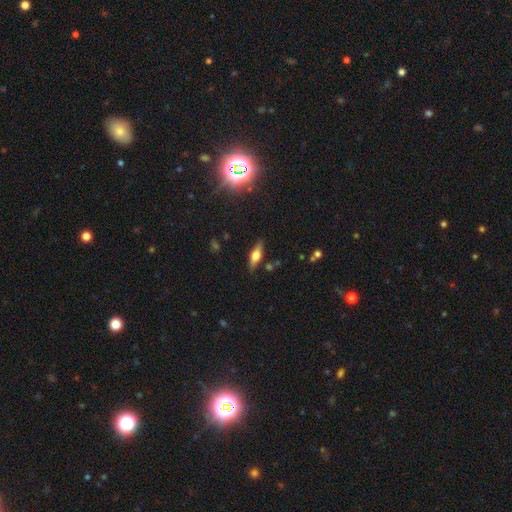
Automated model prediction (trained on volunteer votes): This is possibly a smooth galaxy (52%). How rounded: possibly in between (53%). Merging: clearly none (84%).